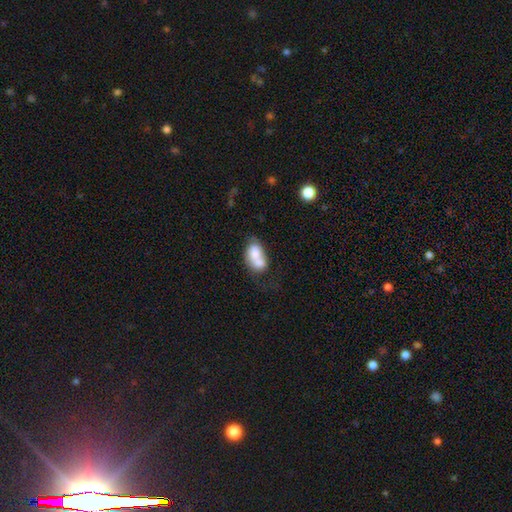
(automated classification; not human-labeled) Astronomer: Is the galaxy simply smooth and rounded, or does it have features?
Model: smooth — 67%.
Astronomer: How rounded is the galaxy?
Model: in between — 84%.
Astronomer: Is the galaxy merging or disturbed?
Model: merger — 54%.